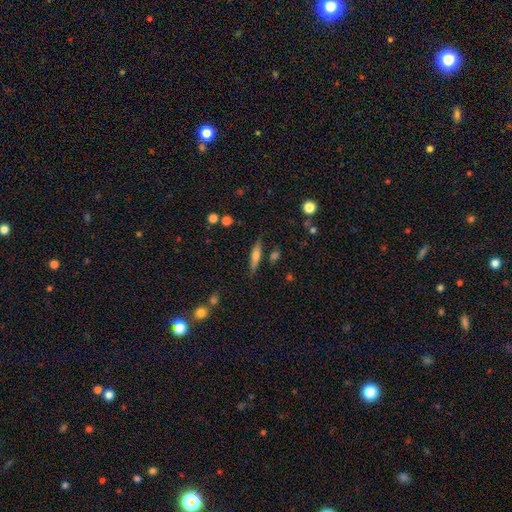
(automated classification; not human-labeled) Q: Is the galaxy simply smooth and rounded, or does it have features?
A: smooth — 53%.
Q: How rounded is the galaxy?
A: cigar-shaped — 77%.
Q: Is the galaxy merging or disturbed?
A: none — 81%.